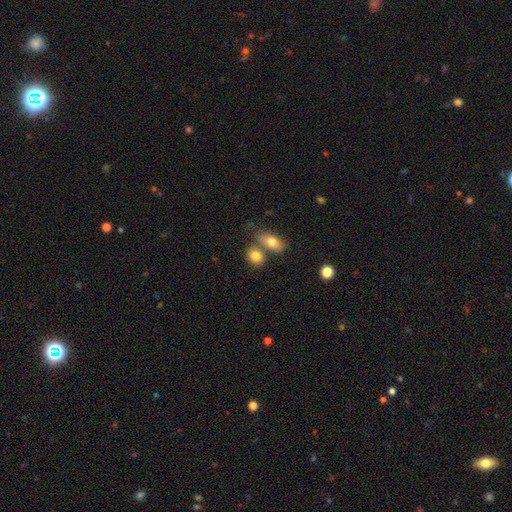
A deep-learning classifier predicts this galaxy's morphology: smooth_or_featured: smooth (p=0.80) [alt: featured or disk p=0.12]
how_rounded: in between (p=0.66) [alt: round p=0.31]
merging: none (p=0.46) [alt: merger p=0.41]